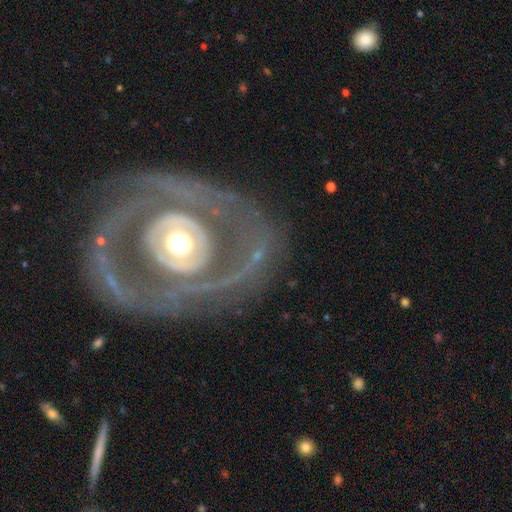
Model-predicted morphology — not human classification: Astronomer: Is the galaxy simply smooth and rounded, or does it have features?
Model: featured or disk — 86%.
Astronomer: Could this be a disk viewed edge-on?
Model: no — 96%.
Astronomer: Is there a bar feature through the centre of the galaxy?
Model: no — 73%.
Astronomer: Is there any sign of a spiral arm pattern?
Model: yes — 69%.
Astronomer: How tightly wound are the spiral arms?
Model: tight — 64%.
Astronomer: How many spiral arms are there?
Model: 2 — 41% (runner-up: can't tell, 26%).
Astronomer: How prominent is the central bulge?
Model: moderate — 64%.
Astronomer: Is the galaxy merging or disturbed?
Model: none — 74%.